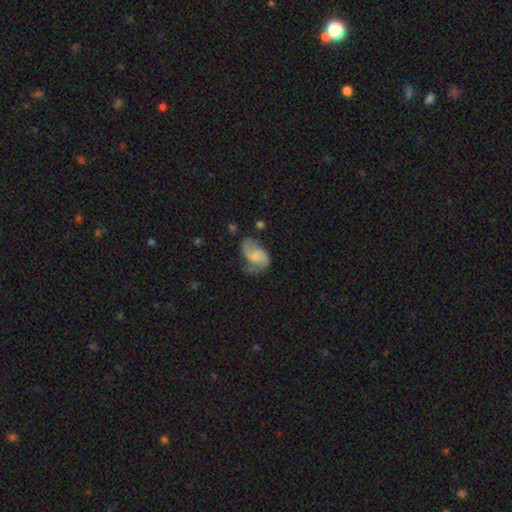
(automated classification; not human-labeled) A featured or disk galaxy (63%) with no bar (58%), 2 (80%) medium (43%) spiral arms (89%) and a small central bulge (37%). Merging: none (44%).